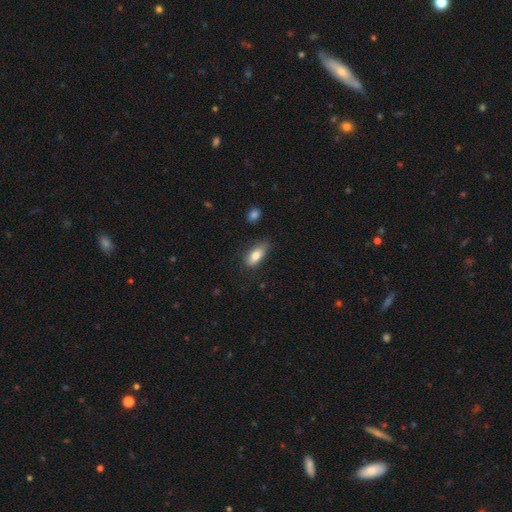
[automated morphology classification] The model was most divided on "merging": none: 68%, minor disturbance: 24%, major disturbance: 5%, merger: 2%. More confident: how rounded — in between (82%); smooth or featured — smooth (80%).